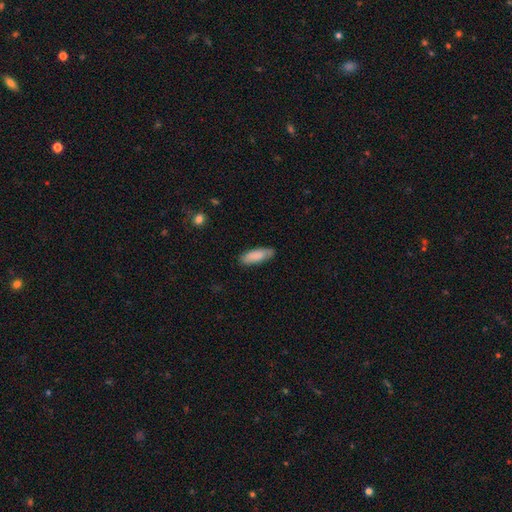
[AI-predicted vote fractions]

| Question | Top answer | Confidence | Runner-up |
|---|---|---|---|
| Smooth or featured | smooth | 84% | featured or disk (10%) |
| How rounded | in between | 66% | cigar-shaped (33%) |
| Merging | none | 79% | minor disturbance (17%) |